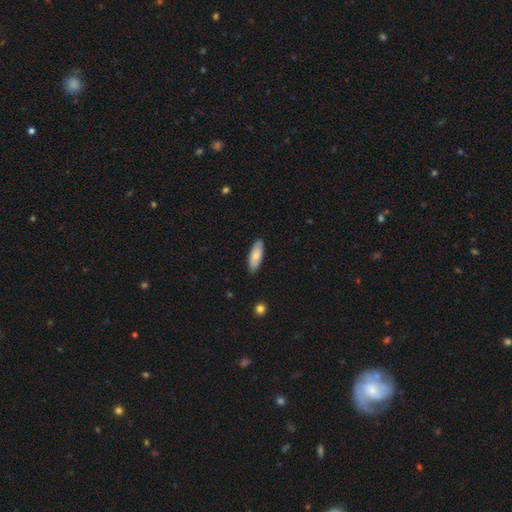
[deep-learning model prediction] Smooth or featured: smooth — 77% (featured or disk — 17%)
How rounded: in between — 70% (cigar-shaped — 28%)
Merging: none — 87% (minor disturbance — 10%)